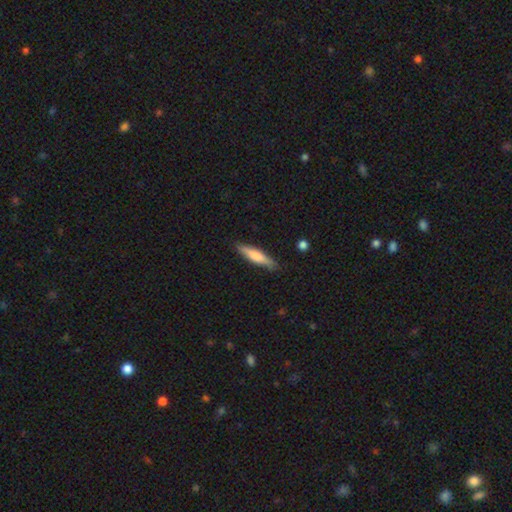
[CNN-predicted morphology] Smooth or featured?
  - smooth: 65% *
  - featured or disk: 30%
  - star or artifact: 6%
How rounded?
  - cigar-shaped: 80% *
  - in between: 18%
  - round: 1%
Merging?
  - none: 86% *
  - minor disturbance: 11%
  - major disturbance: 2%
  - merger: 1%